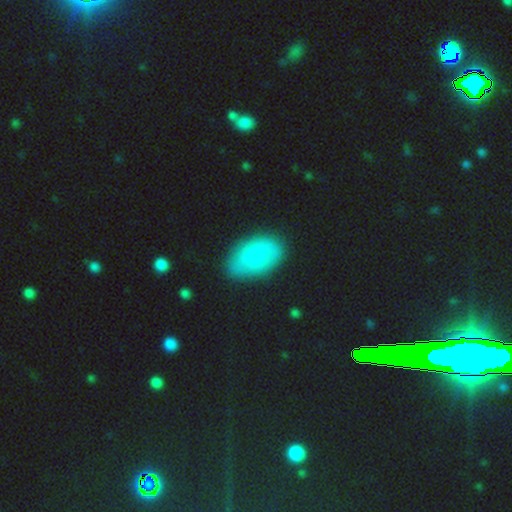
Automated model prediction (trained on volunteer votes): smooth 74%, featured or disk 18%, star or artifact 8%. Down the decision tree: how rounded — in between (93%); merging — none (80%).